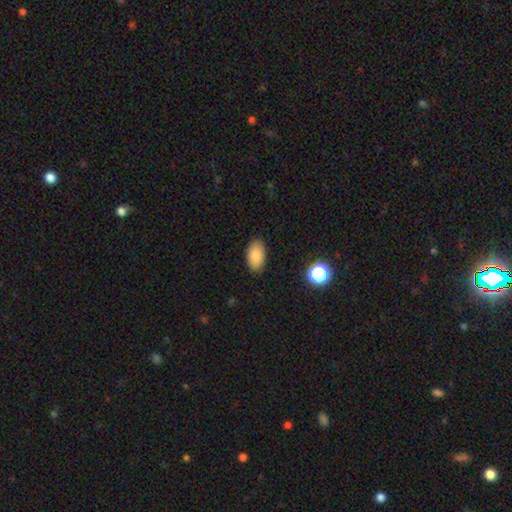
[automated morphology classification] Q: Smooth or featured?
A: smooth (86%); runner-up: star or artifact (8%)
Q: How rounded?
A: in between (94%); runner-up: round (4%)
Q: Merging?
A: none (88%); runner-up: minor disturbance (9%)